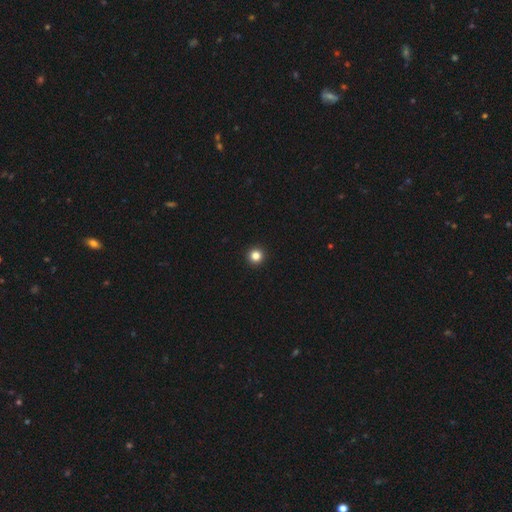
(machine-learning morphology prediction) smooth 84%, star or artifact 12%, featured or disk 4%. Down the decision tree: how rounded — round (96%); merging — none (95%).